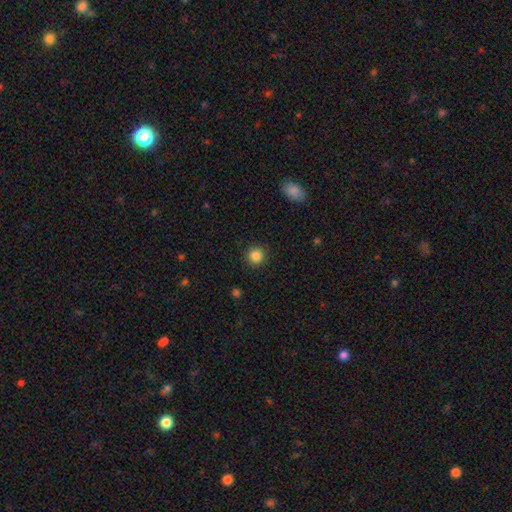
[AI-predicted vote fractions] Smooth or featured?
  - smooth: 85% *
  - star or artifact: 11%
  - featured or disk: 4%
How rounded?
  - round: 94% *
  - in between: 5%
  - cigar-shaped: 1%
Merging?
  - none: 92% *
  - minor disturbance: 5%
  - major disturbance: 2%
  - merger: 1%